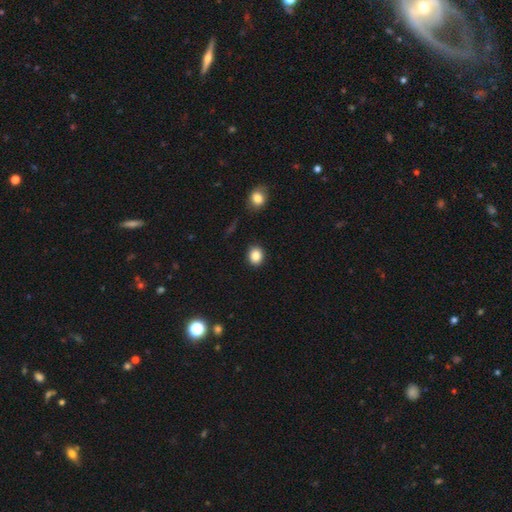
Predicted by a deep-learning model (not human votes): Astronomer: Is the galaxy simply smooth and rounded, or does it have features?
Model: smooth — 87%.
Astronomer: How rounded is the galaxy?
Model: round — 64%.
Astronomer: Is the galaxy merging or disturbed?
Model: none — 89%.